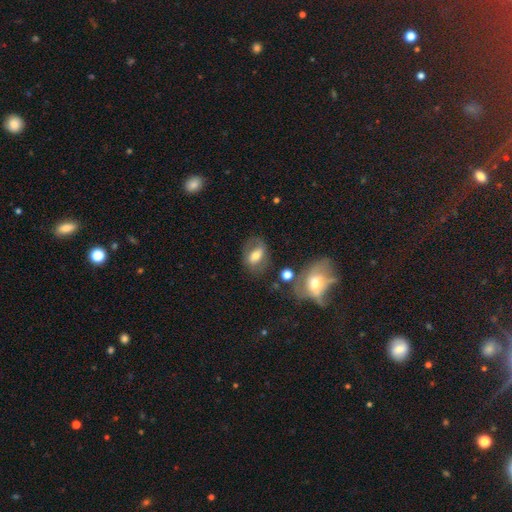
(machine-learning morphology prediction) This appears to be a smooth galaxy with no disk features (52%) that is in between round and cigar-shaped (77%). Merging: none (65%).